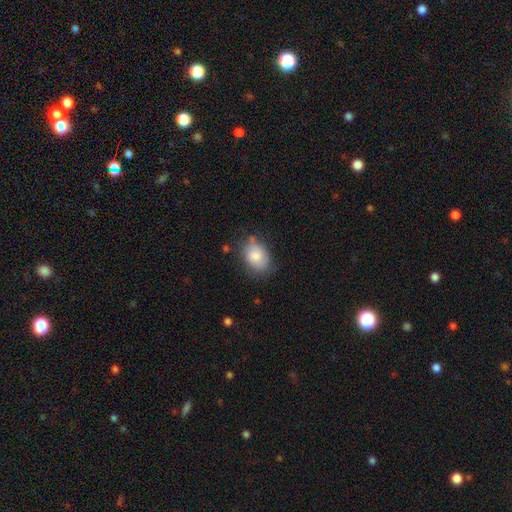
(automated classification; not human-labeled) Smooth or featured? smooth (80%)
How rounded? in between (72%)
Merging? none (67%)